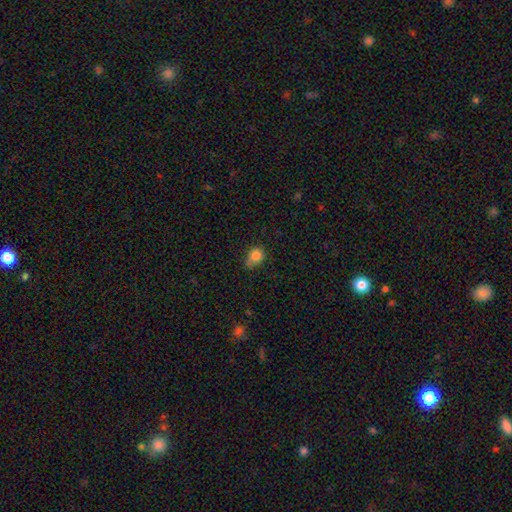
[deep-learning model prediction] This is clearly a smooth galaxy (83%). How rounded: possibly round (59%). Merging: possibly none (53%).